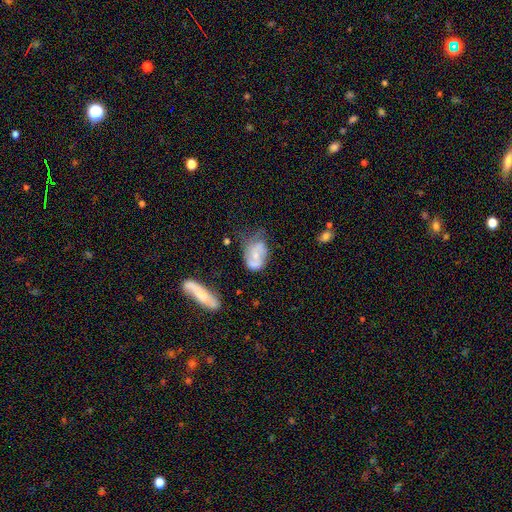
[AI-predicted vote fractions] Overall: featured or disk (50%; smooth 42%). Merging: minor disturbance (31%; none 29%).